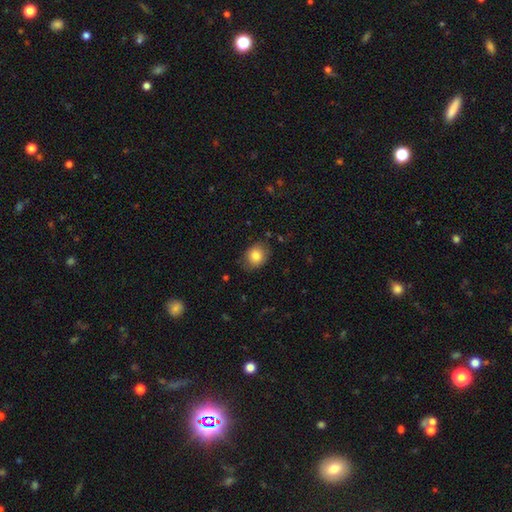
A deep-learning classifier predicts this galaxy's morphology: A smooth galaxy with no disk features (83%) that is round (58%). Merging: none (79%).